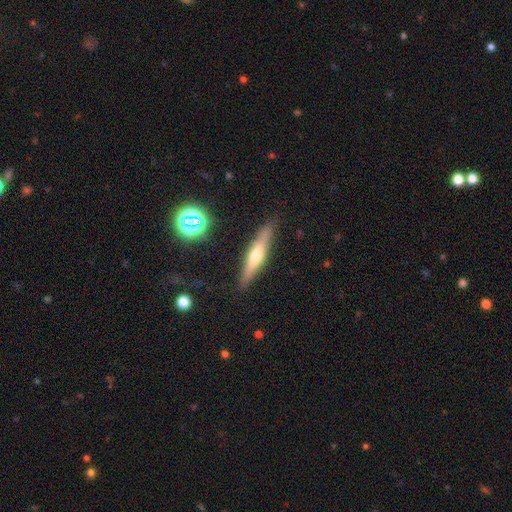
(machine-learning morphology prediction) featured or disk 52%, smooth 40%, star or artifact 8%. Down the decision tree: edge-on disk — yes (94%); merging — none (87%).